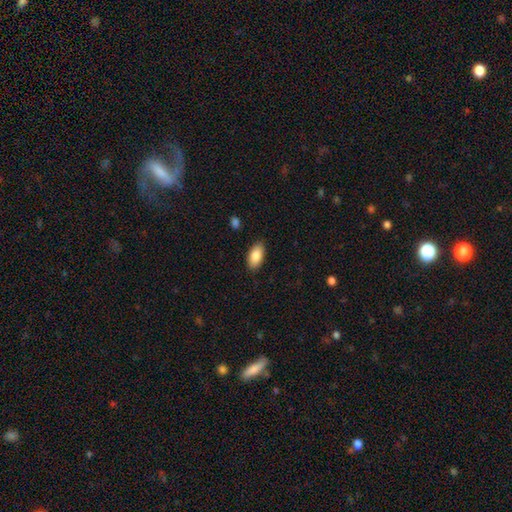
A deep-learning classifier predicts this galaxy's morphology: Smooth or featured?
  - smooth: 87% *
  - featured or disk: 7%
  - star or artifact: 6%
How rounded?
  - in between: 93% *
  - cigar-shaped: 4%
  - round: 3%
Merging?
  - none: 88% *
  - minor disturbance: 9%
  - major disturbance: 2%
  - merger: 1%